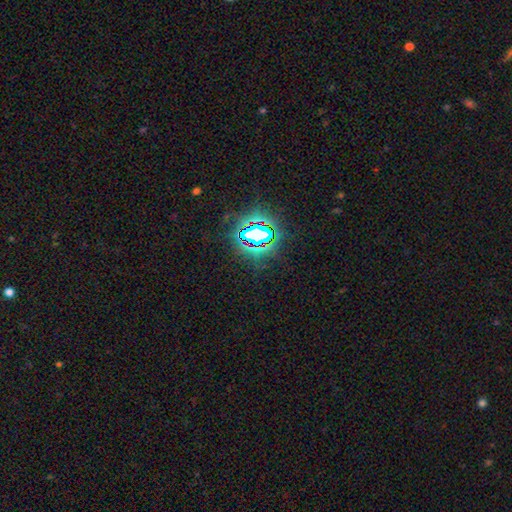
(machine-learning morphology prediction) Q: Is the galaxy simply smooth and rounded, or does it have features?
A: star or artifact — 82%.